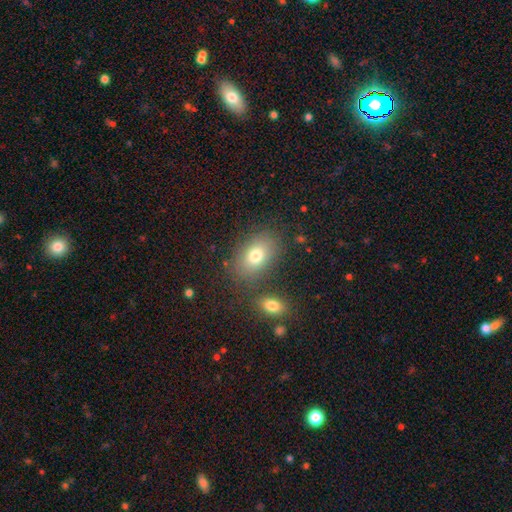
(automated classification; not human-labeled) This is likely a smooth galaxy (76%). How rounded: likely in between (78%). Merging: likely none (76%).